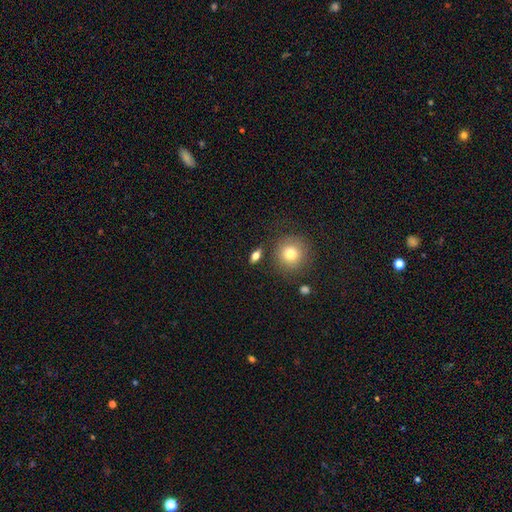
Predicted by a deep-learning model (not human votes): smooth 77%, featured or disk 13%, star or artifact 10%. Down the decision tree: how rounded — in between (65%); merging — none (82%).